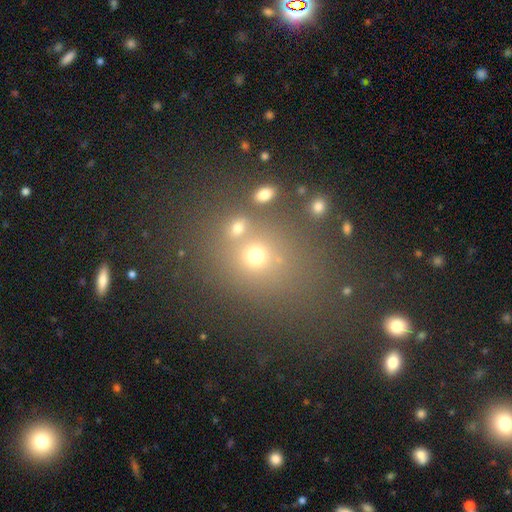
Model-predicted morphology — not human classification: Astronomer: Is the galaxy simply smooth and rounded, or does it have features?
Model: smooth — 56%.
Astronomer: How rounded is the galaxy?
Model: round — 64%.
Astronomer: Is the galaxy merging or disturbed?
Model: none — 68%.